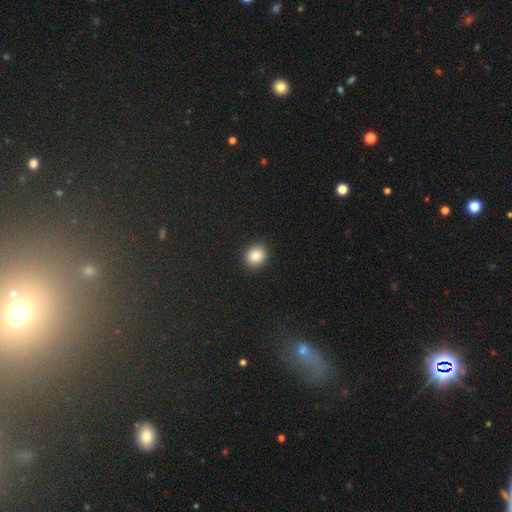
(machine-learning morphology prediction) A smooth galaxy with no disk features (86%) that is round (69%).

Vote fractions:
- Smooth or featured? smooth: 86% / star or artifact: 9% / featured or disk: 4%
- How rounded? round: 69% / in between: 30% / cigar-shaped: 1%
- Merging? none: 91% / minor disturbance: 6% / major disturbance: 2% / merger: 1%